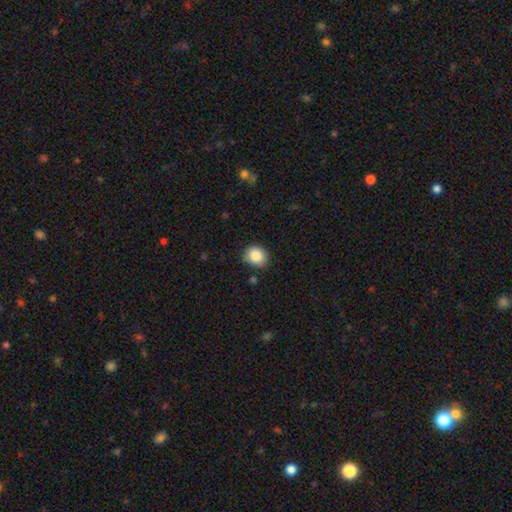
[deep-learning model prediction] A smooth galaxy with no disk features (85%) that is round (68%).

Vote fractions:
- Smooth or featured? smooth: 85% / star or artifact: 9% / featured or disk: 6%
- How rounded? round: 68% / in between: 31% / cigar-shaped: 1%
- Merging? none: 79% / minor disturbance: 16% / major disturbance: 3% / merger: 2%